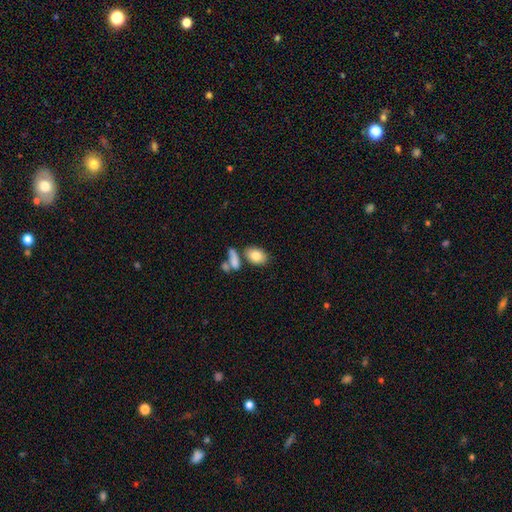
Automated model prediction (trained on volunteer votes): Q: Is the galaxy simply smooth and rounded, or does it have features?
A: smooth — 80%.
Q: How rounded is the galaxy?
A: in between — 84%.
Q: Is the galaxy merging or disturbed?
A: none — 64%.